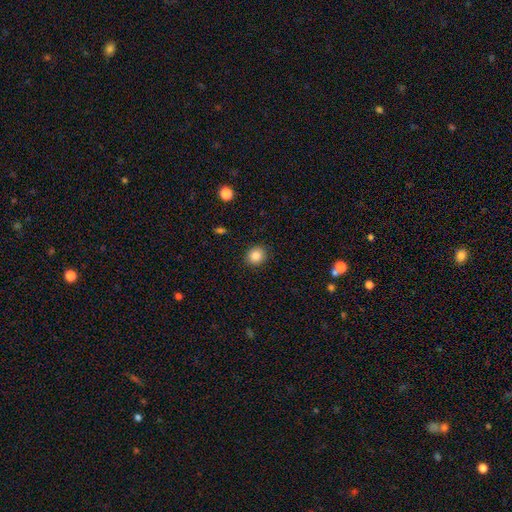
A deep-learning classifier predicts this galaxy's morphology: A smooth galaxy with no disk features (85%) that is round (83%).

Vote fractions:
- Smooth or featured? smooth: 85% / star or artifact: 10% / featured or disk: 5%
- How rounded? round: 83% / in between: 16% / cigar-shaped: 1%
- Merging? none: 90% / minor disturbance: 7% / major disturbance: 2% / merger: 1%